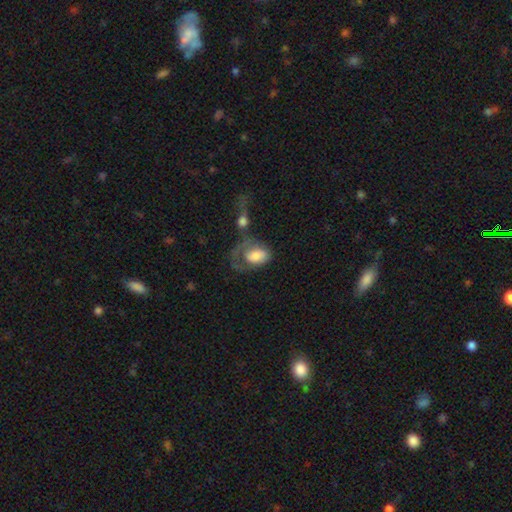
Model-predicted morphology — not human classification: smooth-or-featured: smooth: 63% | featured or disk: 30% | star or artifact: 7%
  how-rounded: in between: 87% | round: 12% | cigar-shaped: 2%
  merging: major disturbance: 43% | none: 20% | merger: 19% | minor disturbance: 18%